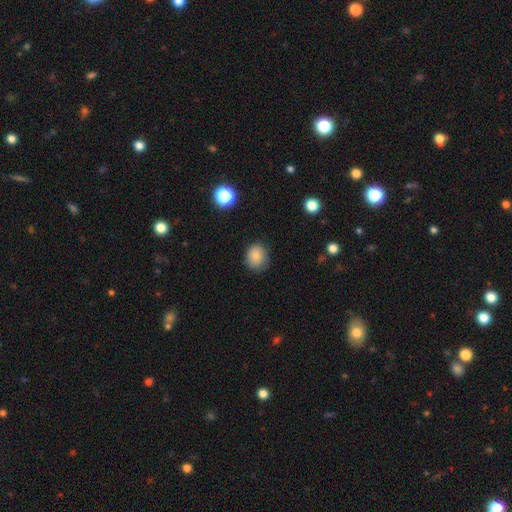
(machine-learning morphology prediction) The model was most divided on "how rounded": round: 65%, in between: 34%, cigar-shaped: 1%. More confident: smooth or featured — smooth (85%); merging — none (78%).